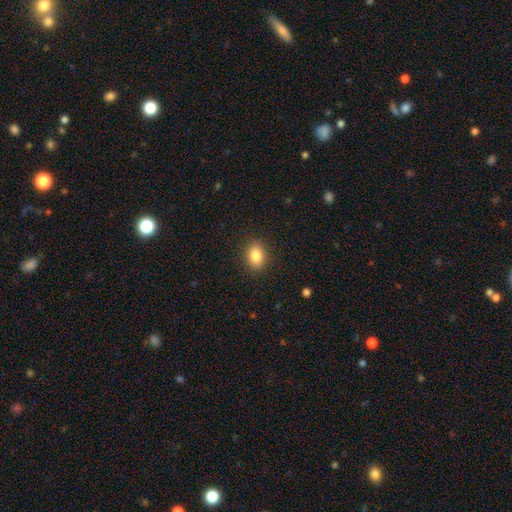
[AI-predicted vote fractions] This is clearly a smooth galaxy (85%). How rounded: likely in between (69%). Merging: clearly none (88%).